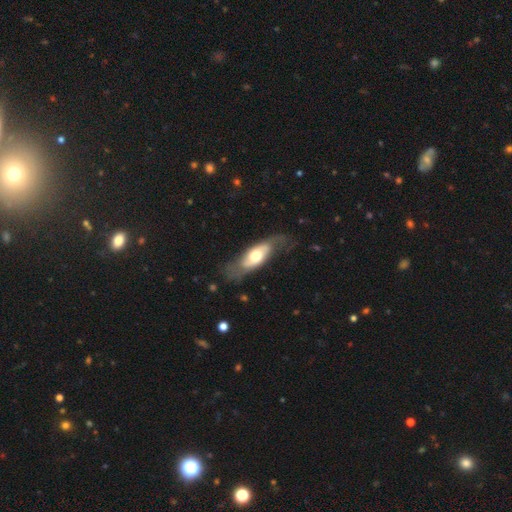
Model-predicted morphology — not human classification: This appears to be a featured or disk galaxy (55%). Merging: none (58%).